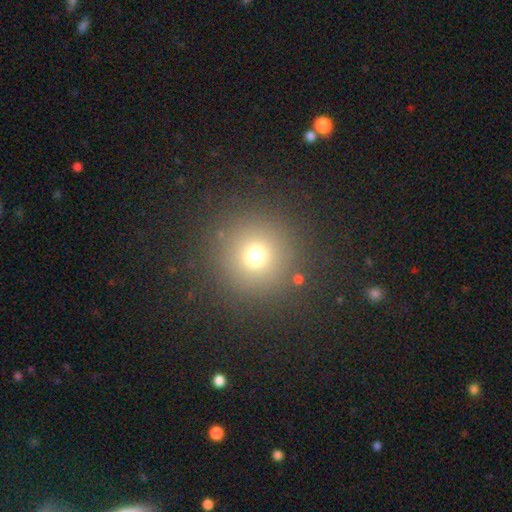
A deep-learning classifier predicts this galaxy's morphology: Overall: smooth (70%). How rounded: round (95%). Merging: none (88%).